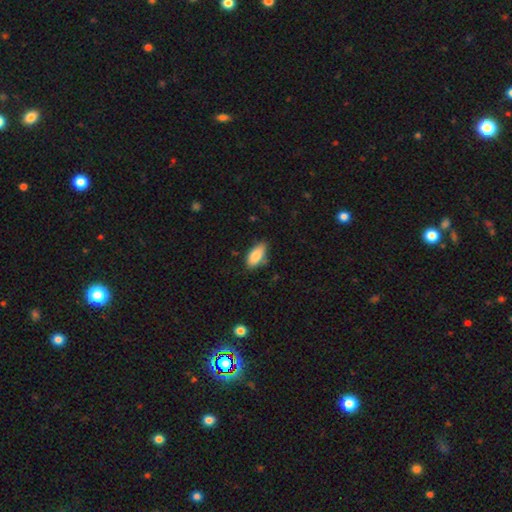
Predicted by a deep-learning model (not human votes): The model was most divided on "merging": none: 74%, minor disturbance: 20%, major disturbance: 3%, merger: 3%. More confident: how rounded — in between (89%); smooth or featured — smooth (84%).